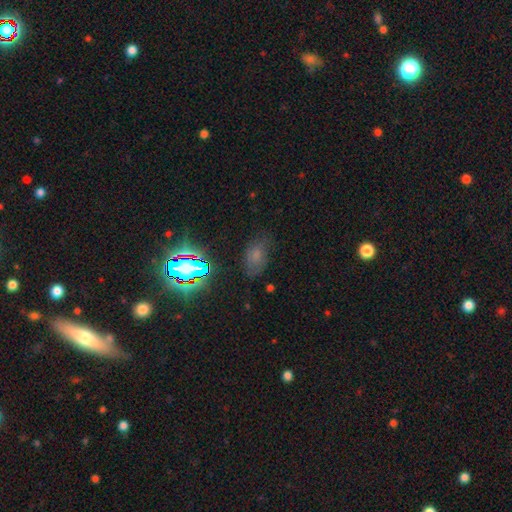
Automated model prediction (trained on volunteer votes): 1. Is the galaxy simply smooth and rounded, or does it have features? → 55% smooth, 28% star or artifact, 17% featured or disk.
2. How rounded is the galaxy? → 86% in between, 11% round, 3% cigar-shaped.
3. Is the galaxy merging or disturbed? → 65% none, 23% minor disturbance, 10% major disturbance, 2% merger.